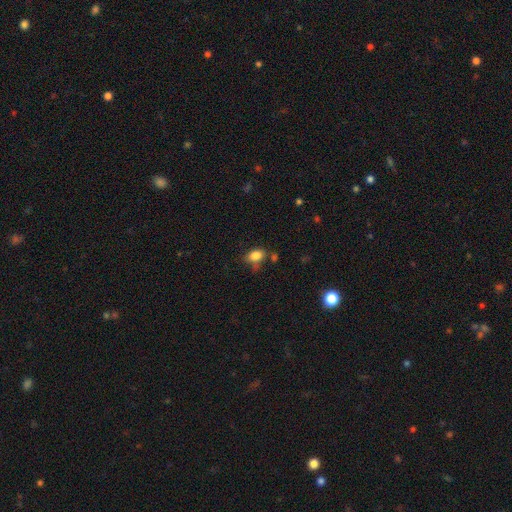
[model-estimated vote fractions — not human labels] Overall: smooth (84%). How rounded: in between (85%). Merging: none (60%; minor disturbance 24%).